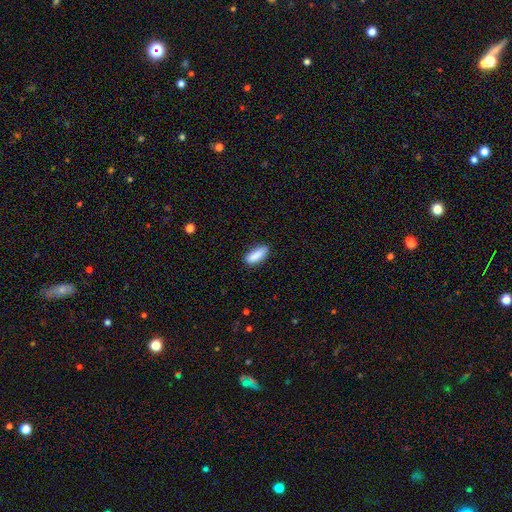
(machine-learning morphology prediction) The model was most divided on "how rounded": in between: 71%, cigar-shaped: 27%, round: 2%. More confident: smooth or featured — smooth (88%); merging — none (82%).